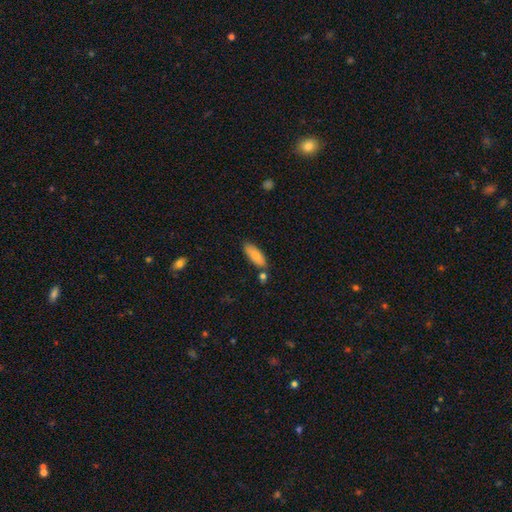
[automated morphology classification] Smooth or featured?
  - smooth: 80% *
  - featured or disk: 14%
  - star or artifact: 6%
How rounded?
  - in between: 69% *
  - cigar-shaped: 29%
  - round: 2%
Merging?
  - none: 77% *
  - minor disturbance: 14%
  - merger: 7%
  - major disturbance: 3%